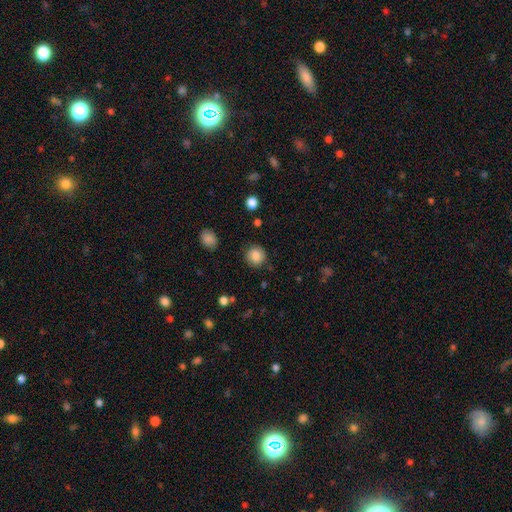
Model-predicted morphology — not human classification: This appears to be a smooth galaxy with no disk features (86%) that is round (90%). Merging: none (86%).